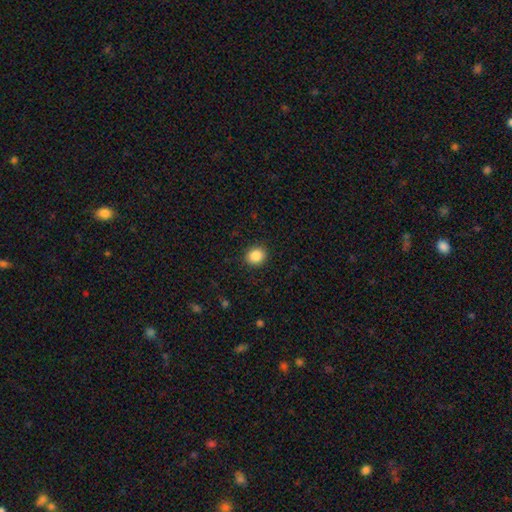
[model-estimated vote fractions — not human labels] Overall: smooth (87%). How rounded: round (75%). Merging: none (91%).